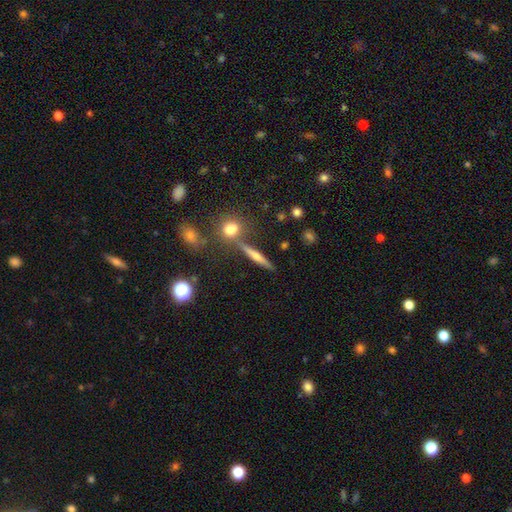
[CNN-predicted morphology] Smooth or featured?
  - featured or disk: 50% *
  - smooth: 37%
  - star or artifact: 13%
Edge-on disk?
  - yes: 91% *
  - no: 9%
Merging?
  - none: 78% *
  - minor disturbance: 10%
  - merger: 9%
  - major disturbance: 3%